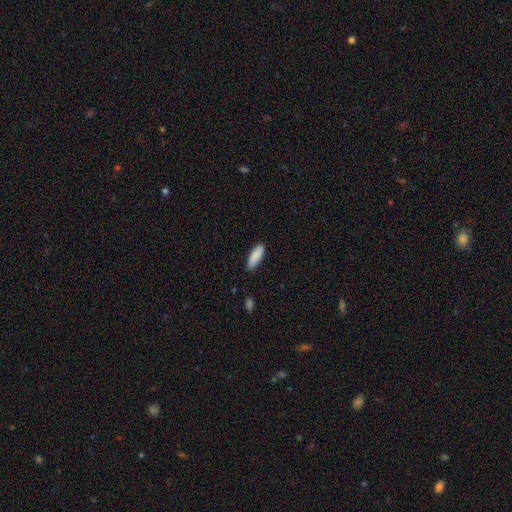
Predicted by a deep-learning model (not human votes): A smooth galaxy with no disk features (89%) that is in between round and cigar-shaped (52%). Merging: none (87%).